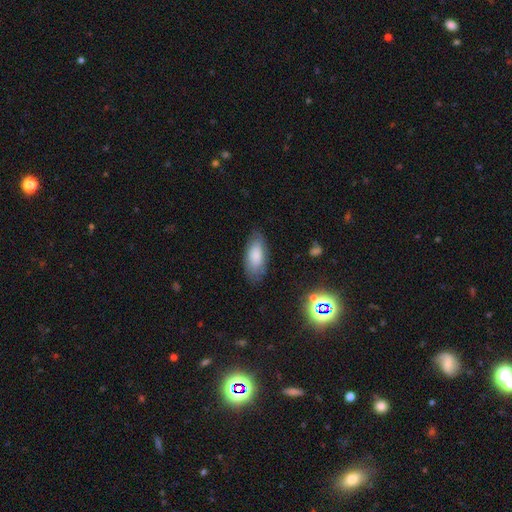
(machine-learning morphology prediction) Smooth or featured? Predicted: smooth (p=0.82). How rounded? Predicted: in between (p=0.86). Merging? Predicted: none (p=0.78).